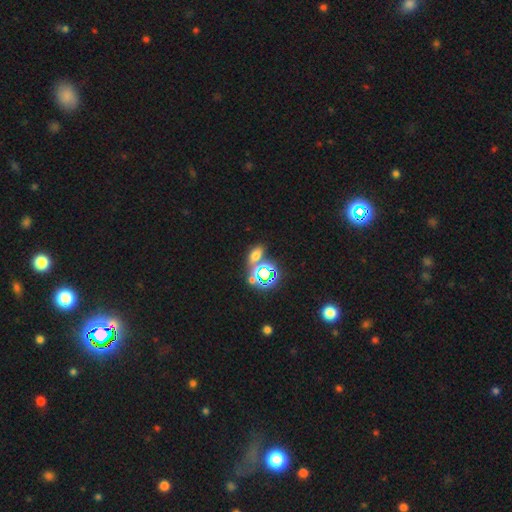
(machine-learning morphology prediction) smooth-or-featured: smooth: 50% | star or artifact: 40% | featured or disk: 10%
  merging: none: 65% | merger: 19% | minor disturbance: 11% | major disturbance: 5%